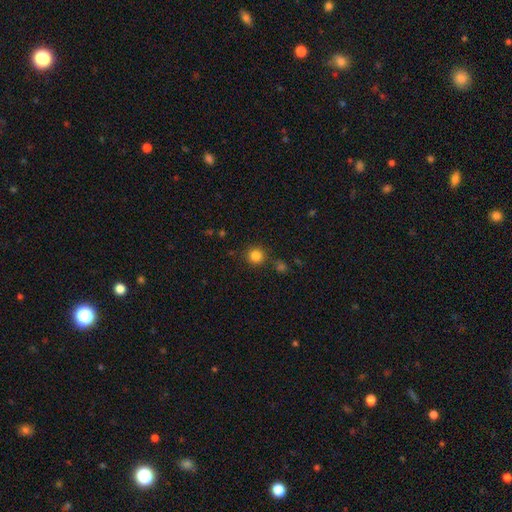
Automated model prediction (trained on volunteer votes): smooth-or-featured: smooth: 83% | star or artifact: 13% | featured or disk: 4%
  how-rounded: round: 94% | in between: 5% | cigar-shaped: 1%
  merging: none: 84% | minor disturbance: 8% | merger: 5% | major disturbance: 3%